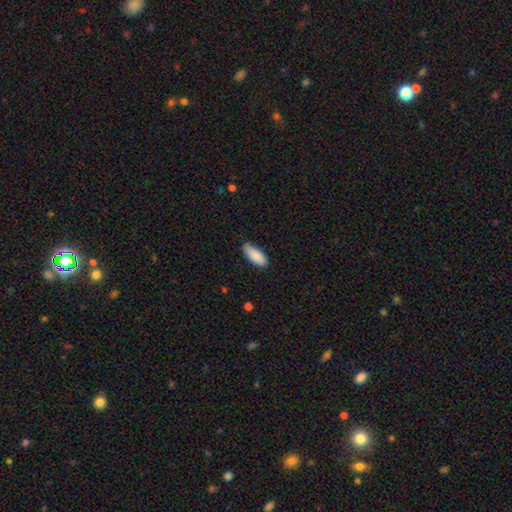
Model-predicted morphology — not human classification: A smooth galaxy with no disk features (89%) that is in between round and cigar-shaped (79%). Merging: none (83%).